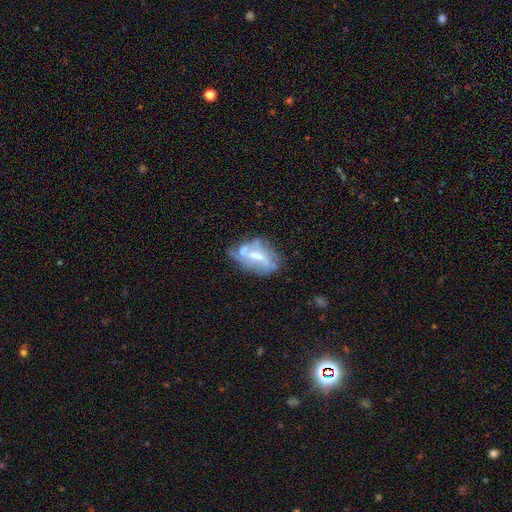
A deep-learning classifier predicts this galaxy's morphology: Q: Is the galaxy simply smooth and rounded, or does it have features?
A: featured or disk — 65%.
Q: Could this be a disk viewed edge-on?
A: no — 94%.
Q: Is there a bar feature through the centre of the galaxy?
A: weak — 44%.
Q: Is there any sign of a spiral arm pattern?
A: yes — 55%.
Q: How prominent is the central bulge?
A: moderate — 47%.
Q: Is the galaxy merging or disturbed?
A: none — 37%.